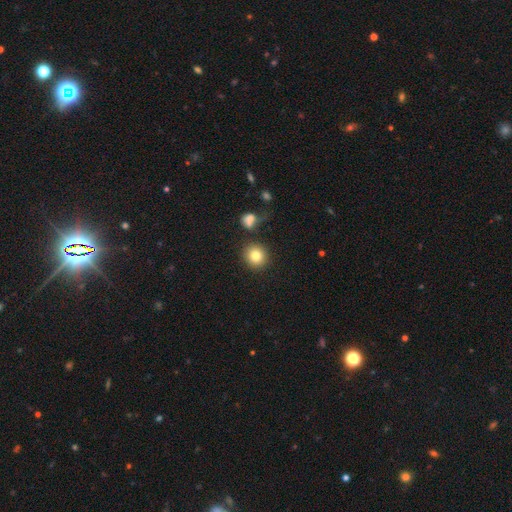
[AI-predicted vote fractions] The model was most divided on "smooth or featured": smooth: 82%, star or artifact: 10%, featured or disk: 8%. More confident: how rounded — round (88%); merging — none (81%).